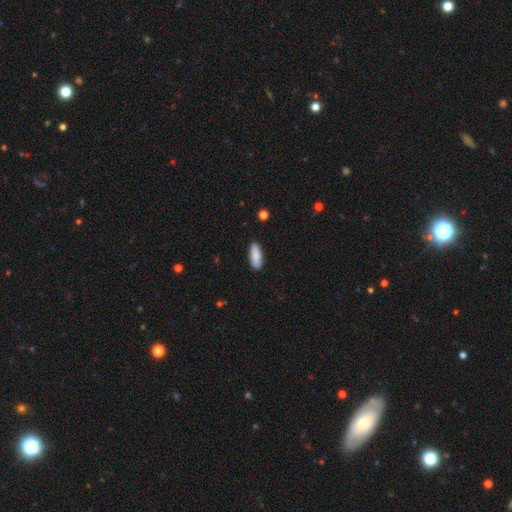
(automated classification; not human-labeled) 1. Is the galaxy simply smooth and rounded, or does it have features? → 87% smooth, 7% featured or disk, 6% star or artifact.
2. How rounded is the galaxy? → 61% in between, 37% cigar-shaped, 2% round.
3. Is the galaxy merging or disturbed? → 88% none, 9% minor disturbance, 2% major disturbance, 1% merger.